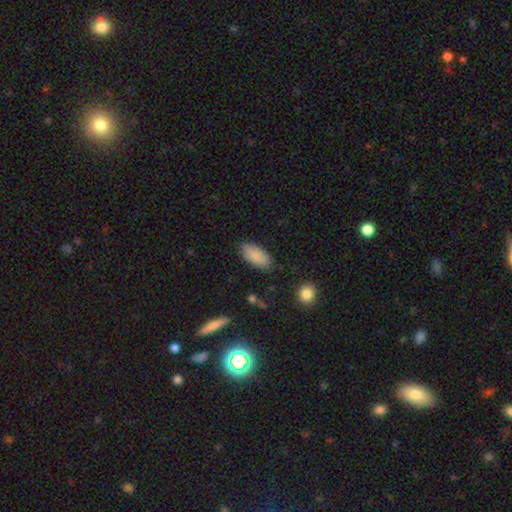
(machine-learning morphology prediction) A smooth galaxy with no disk features (88%) that is in between round and cigar-shaped (92%).

Vote fractions:
- Smooth or featured? smooth: 88% / star or artifact: 6% / featured or disk: 6%
- How rounded? in between: 92% / cigar-shaped: 6% / round: 2%
- Merging? none: 83% / minor disturbance: 12% / major disturbance: 3% / merger: 2%